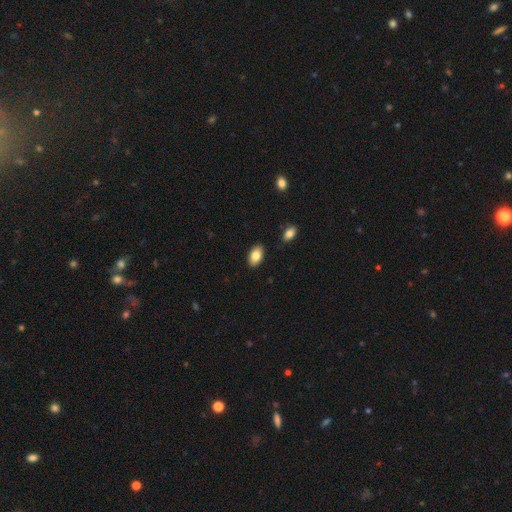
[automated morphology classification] This appears to be a smooth galaxy with no disk features (84%) that is in between round and cigar-shaped (93%). Merging: none (89%).